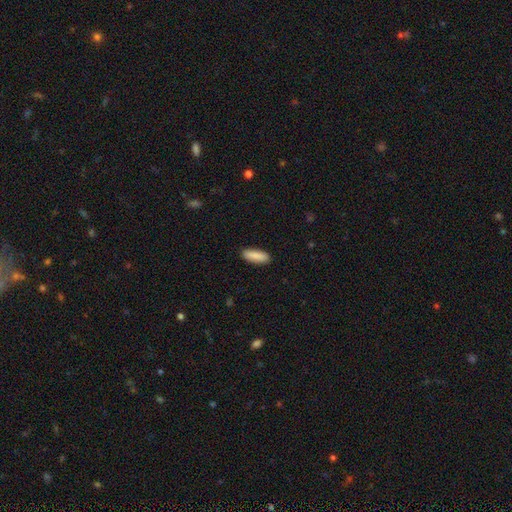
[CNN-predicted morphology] This appears to be a smooth galaxy with no disk features (89%) that is in between round and cigar-shaped (55%). Merging: none (90%).